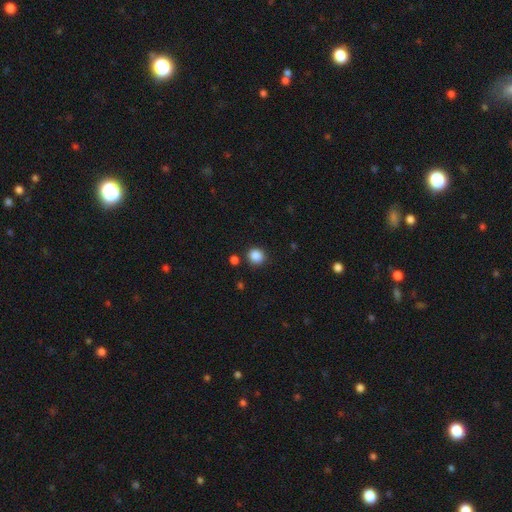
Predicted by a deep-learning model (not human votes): The model was most divided on "smooth or featured": smooth: 87%, star or artifact: 10%, featured or disk: 3%. More confident: how rounded — round (88%); merging — none (86%).